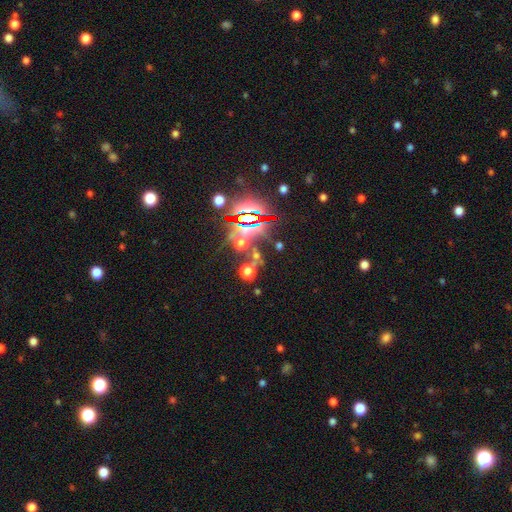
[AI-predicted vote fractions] smooth-or-featured: star or artifact: 54% | smooth: 37% | featured or disk: 9%